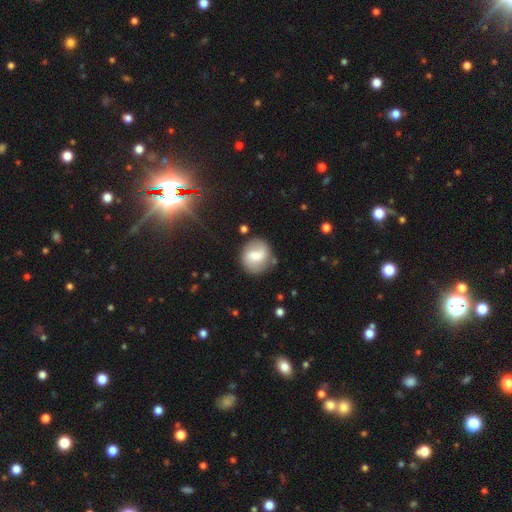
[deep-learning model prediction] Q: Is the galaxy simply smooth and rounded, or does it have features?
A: smooth — 55%.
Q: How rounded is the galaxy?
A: round — 80%.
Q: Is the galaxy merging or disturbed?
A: none — 78%.